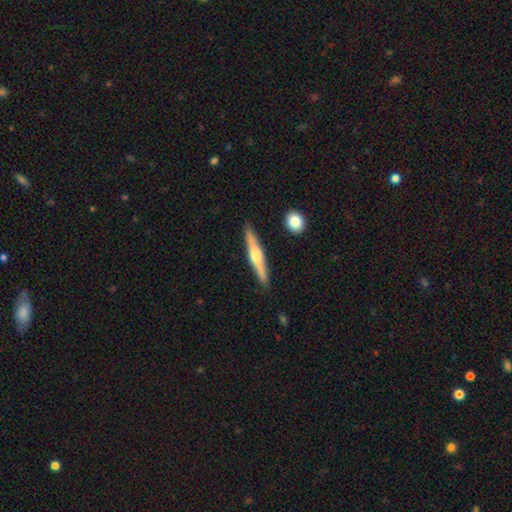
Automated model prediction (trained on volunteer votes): Morphology: type=featured or disk (62%); edge-on=yes (97%); edge-on bulge=rounded (83%); merging=none (89%).